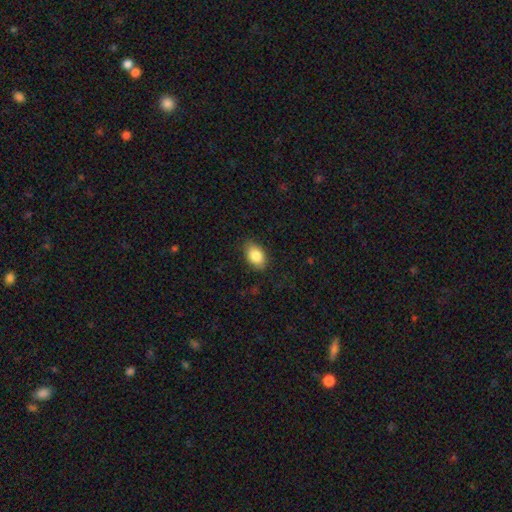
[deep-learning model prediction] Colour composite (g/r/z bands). It shows a smooth galaxy with no disk features (85%) that is in between round and cigar-shaped (89%). Merging: none (84%).